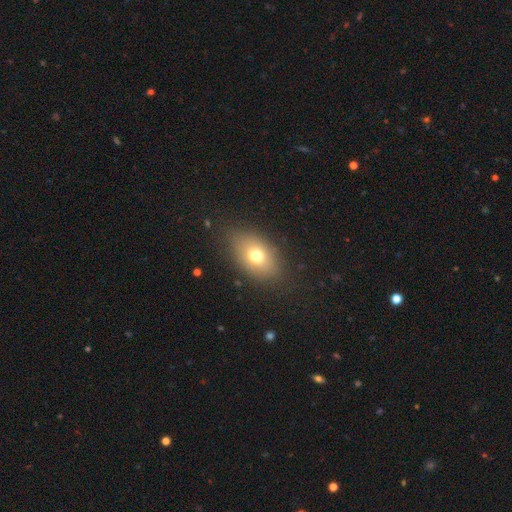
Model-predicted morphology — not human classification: Smooth or featured?
  - smooth: 70% *
  - featured or disk: 18%
  - star or artifact: 12%
How rounded?
  - in between: 81% *
  - round: 17%
  - cigar-shaped: 2%
Merging?
  - none: 80% *
  - minor disturbance: 13%
  - major disturbance: 5%
  - merger: 1%